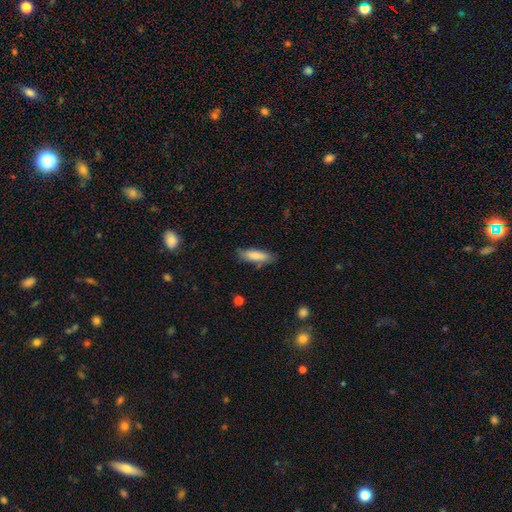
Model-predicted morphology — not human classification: smooth-or-featured: smooth: 84% | featured or disk: 10% | star or artifact: 6%
  how-rounded: cigar-shaped: 56% | in between: 42% | round: 2%
  merging: none: 82% | minor disturbance: 14% | major disturbance: 3% | merger: 2%